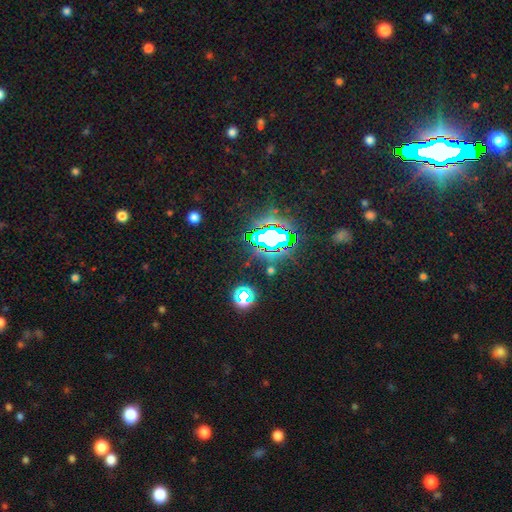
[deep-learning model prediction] A star or artifact, not a galaxy (84%).

Vote fractions:
- Smooth or featured? star or artifact: 84% / smooth: 9% / featured or disk: 7%